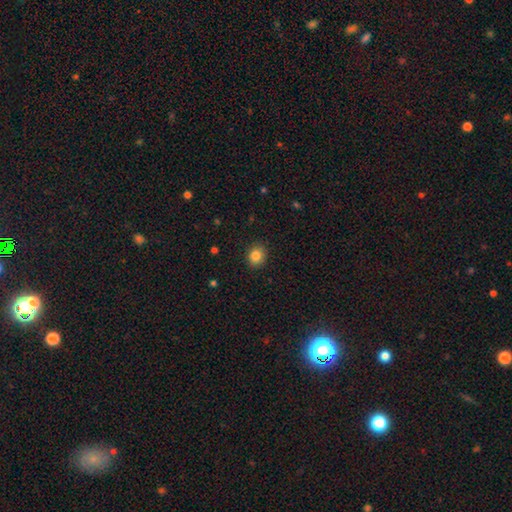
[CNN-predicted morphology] A smooth galaxy with no disk features (85%) that is round (60%).

Vote fractions:
- Smooth or featured? smooth: 85% / star or artifact: 10% / featured or disk: 6%
- How rounded? round: 60% / in between: 39% / cigar-shaped: 1%
- Merging? none: 89% / minor disturbance: 8% / major disturbance: 2% / merger: 1%